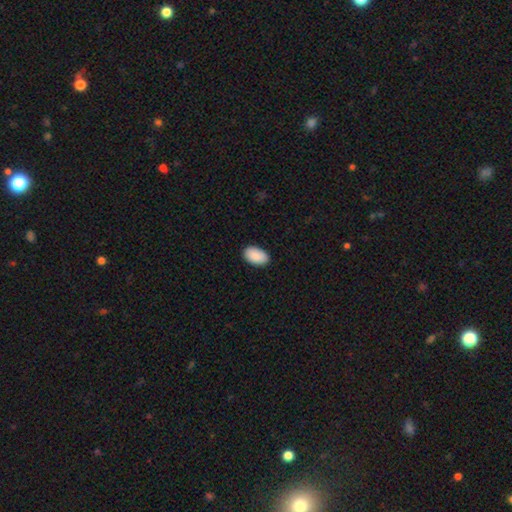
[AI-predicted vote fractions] smooth 91%, star or artifact 6%, featured or disk 3%. Down the decision tree: how rounded — in between (94%); merging — none (89%).